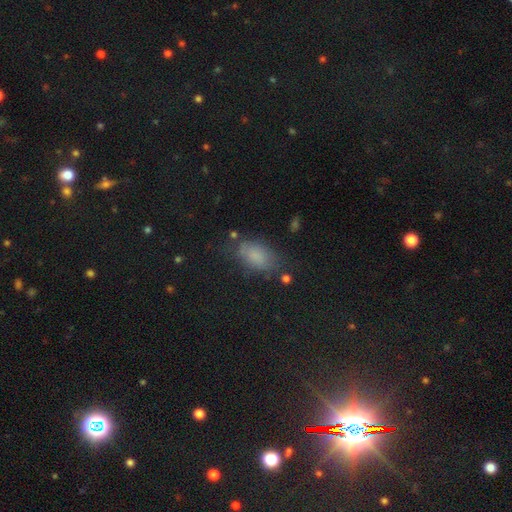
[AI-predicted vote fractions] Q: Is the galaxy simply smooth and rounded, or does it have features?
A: smooth — 79%.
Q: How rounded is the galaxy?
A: in between — 90%.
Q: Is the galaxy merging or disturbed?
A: none — 64%.